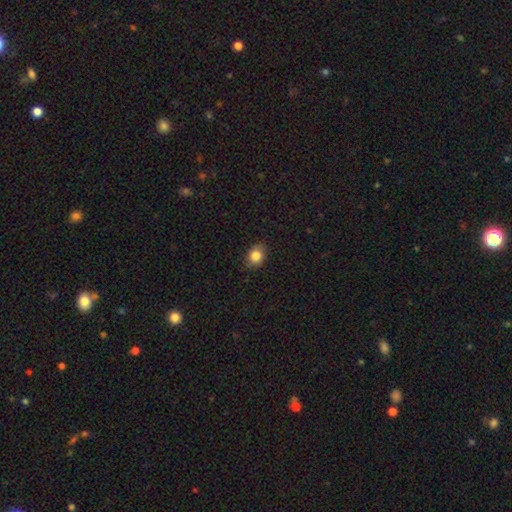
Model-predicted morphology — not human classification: Overall: smooth (84%). How rounded: in between (62%; round 37%). Merging: none (85%).